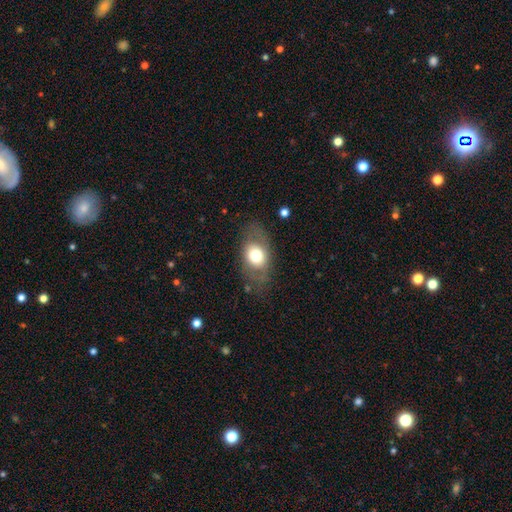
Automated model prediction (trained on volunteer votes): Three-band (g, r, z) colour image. It shows a smooth galaxy with no disk features (60%) that is in between round and cigar-shaped (77%). Merging: none (71%).